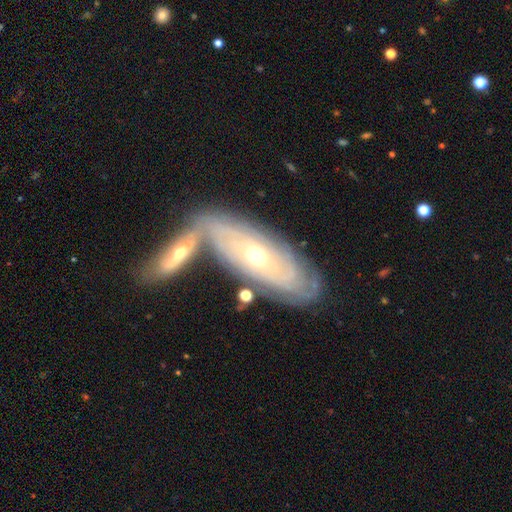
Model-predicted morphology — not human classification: Overall: featured or disk (77%). Edge-on disk: no (83%). Bar: no (79%). Spiral arms: yes (81%). Spiral arm count: can't tell (61%). Spiral winding: tight (77%). Bulge size: moderate (65%; small 29%). Merging: none (53%; merger 30%).